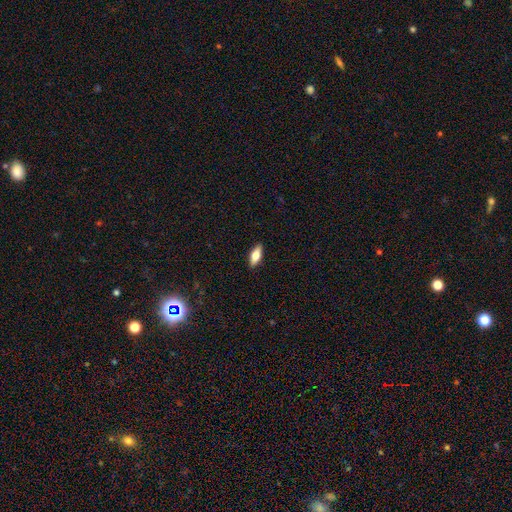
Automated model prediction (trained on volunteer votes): A smooth galaxy with no disk features (65%) that is in between round and cigar-shaped (71%).

Vote fractions:
- Smooth or featured? smooth: 65% / featured or disk: 28% / star or artifact: 7%
- How rounded? in between: 71% / cigar-shaped: 26% / round: 3%
- Merging? none: 90% / minor disturbance: 7% / major disturbance: 2% / merger: 1%